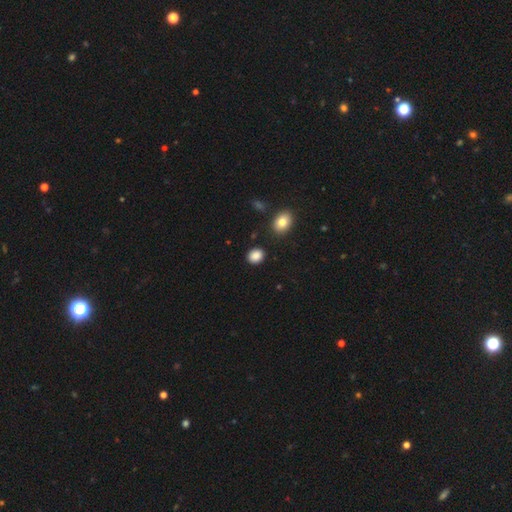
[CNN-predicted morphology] This appears to be a smooth galaxy with no disk features (88%) that is round (55%). Merging: none (87%).